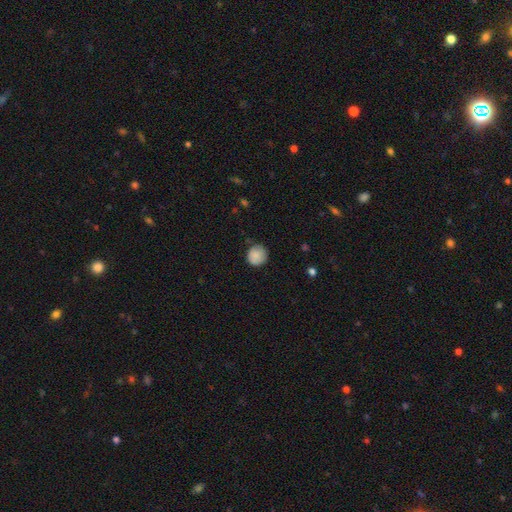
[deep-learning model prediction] Smooth or featured?
  - smooth: 85% *
  - star or artifact: 8%
  - featured or disk: 7%
How rounded?
  - round: 90% *
  - in between: 9%
  - cigar-shaped: 1%
Merging?
  - none: 74% *
  - minor disturbance: 21%
  - major disturbance: 3%
  - merger: 1%